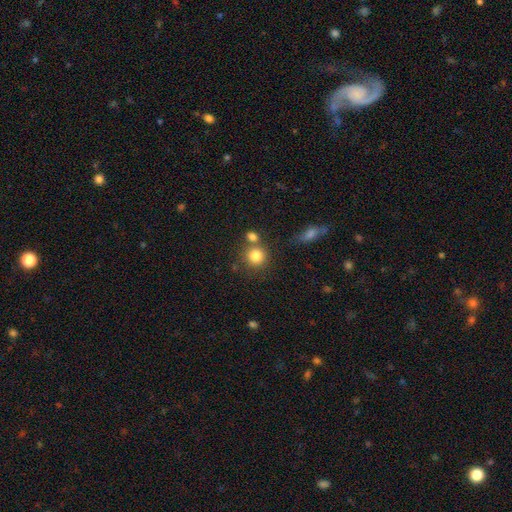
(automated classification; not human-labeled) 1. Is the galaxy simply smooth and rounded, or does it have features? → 83% smooth, 10% star or artifact, 7% featured or disk.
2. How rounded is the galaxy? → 89% round, 10% in between, 1% cigar-shaped.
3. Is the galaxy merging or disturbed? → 64% none, 22% merger, 9% minor disturbance, 4% major disturbance.